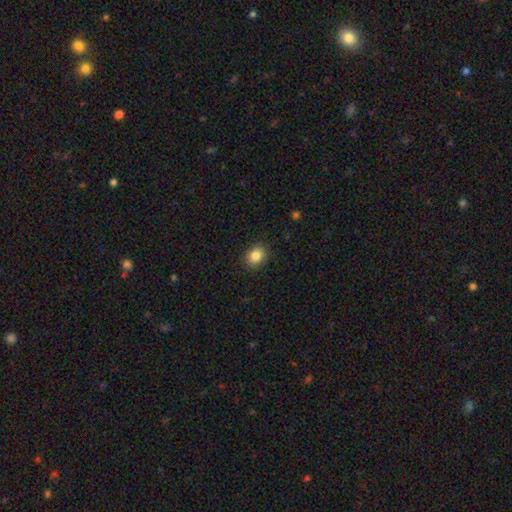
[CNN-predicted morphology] A smooth galaxy with no disk features (86%) that is round (56%). Merging: none (88%).